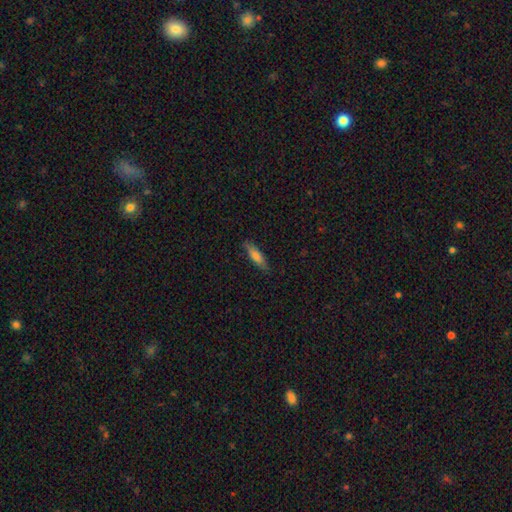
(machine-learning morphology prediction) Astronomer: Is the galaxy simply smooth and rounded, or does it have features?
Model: smooth — 73%.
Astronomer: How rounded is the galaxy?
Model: cigar-shaped — 64%.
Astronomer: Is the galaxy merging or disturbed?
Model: none — 83%.